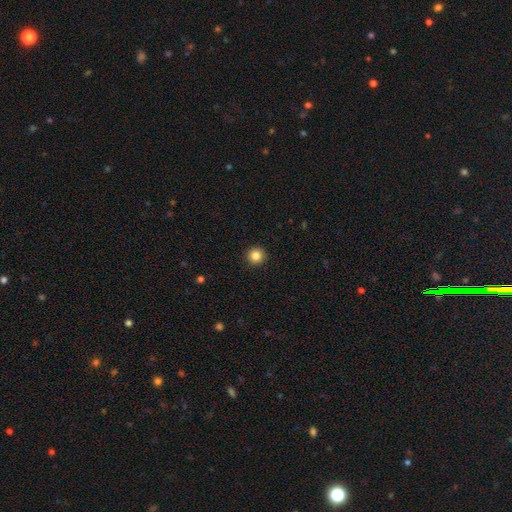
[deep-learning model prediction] Smooth or featured? Predicted: smooth (p=0.85). How rounded? Predicted: round (p=0.96). Merging? Predicted: none (p=0.93).